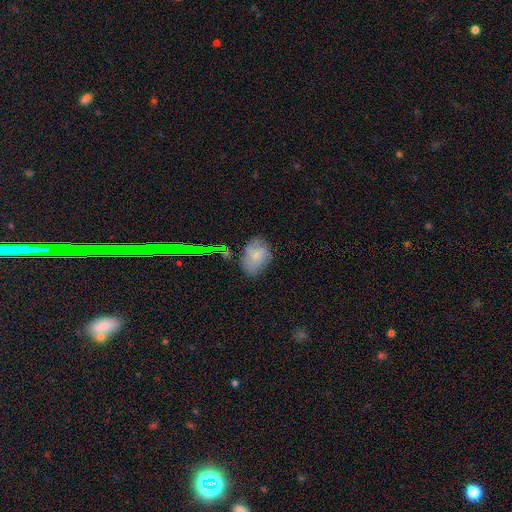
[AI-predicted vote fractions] Q: Smooth or featured?
A: smooth (57%); runner-up: featured or disk (31%)
Q: How rounded?
A: in between (72%); runner-up: round (27%)
Q: Merging?
A: none (65%); runner-up: minor disturbance (24%)